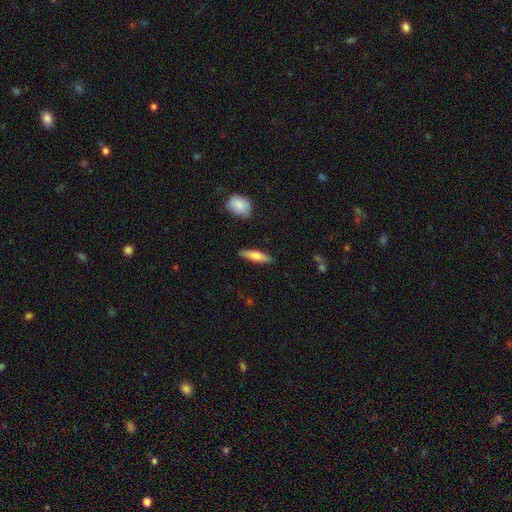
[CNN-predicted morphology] smooth_or_featured: smooth (p=0.62) [alt: featured or disk p=0.32]
how_rounded: cigar-shaped (p=0.70) [alt: in between p=0.27]
merging: none (p=0.88) [alt: minor disturbance p=0.08]